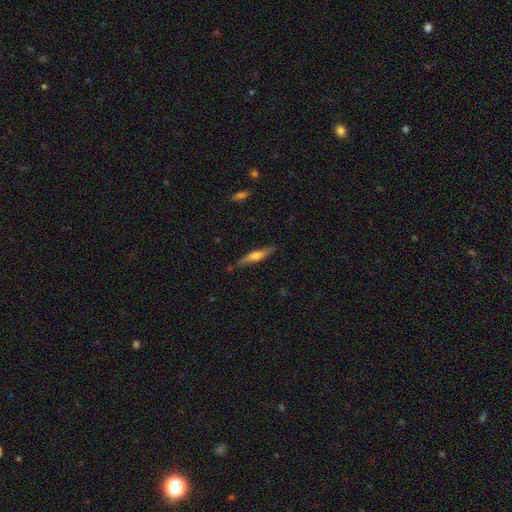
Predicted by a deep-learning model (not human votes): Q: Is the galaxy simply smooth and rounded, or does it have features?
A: smooth — 48%.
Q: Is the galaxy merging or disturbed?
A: none — 79%.